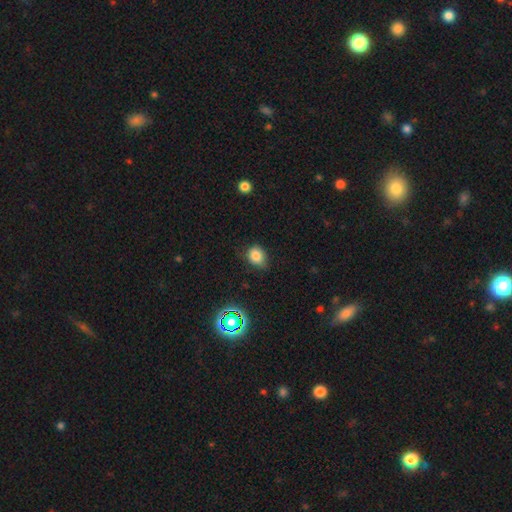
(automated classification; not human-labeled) Smooth or featured? Predicted: smooth (p=0.79). How rounded? Predicted: round (p=0.52). Merging? Predicted: none (p=0.67).